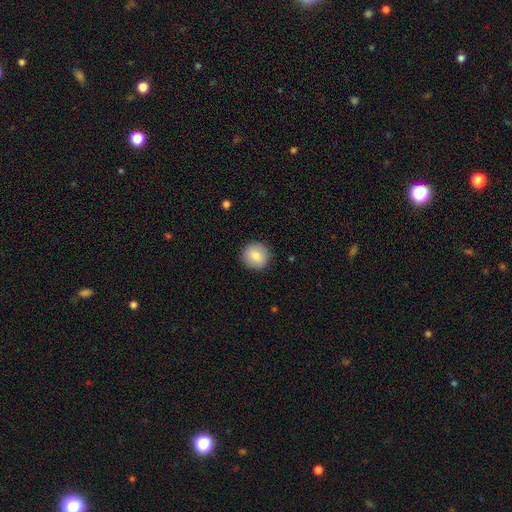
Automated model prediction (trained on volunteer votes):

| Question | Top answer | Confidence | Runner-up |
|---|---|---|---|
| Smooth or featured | smooth | 81% | featured or disk (11%) |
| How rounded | round | 93% | in between (6%) |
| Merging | none | 90% | minor disturbance (7%) |